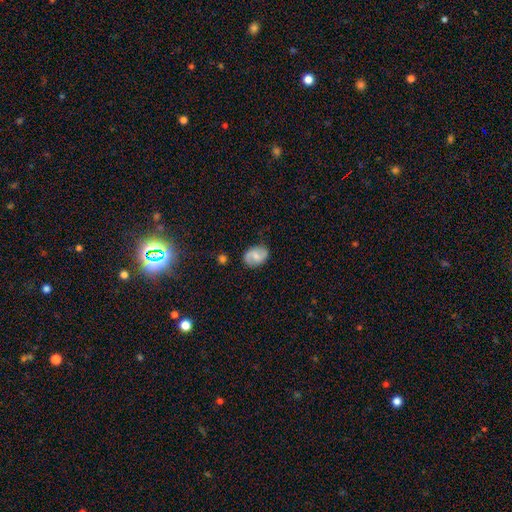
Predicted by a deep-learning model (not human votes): This is possibly a featured or disk galaxy (48%). Merging: clearly none (80%).